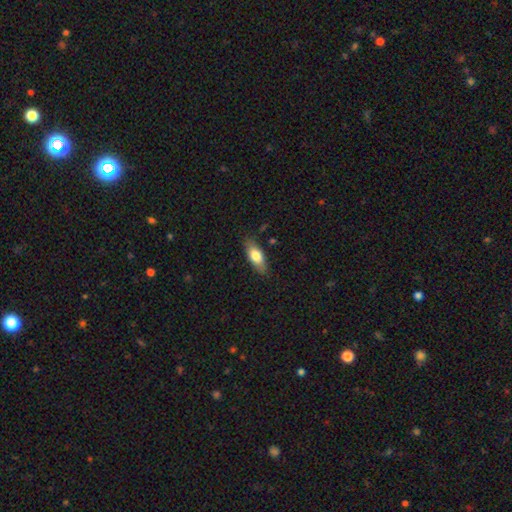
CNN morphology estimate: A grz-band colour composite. It shows a smooth galaxy with no disk features (74%) that is in between round and cigar-shaped (76%). Merging: none (83%).